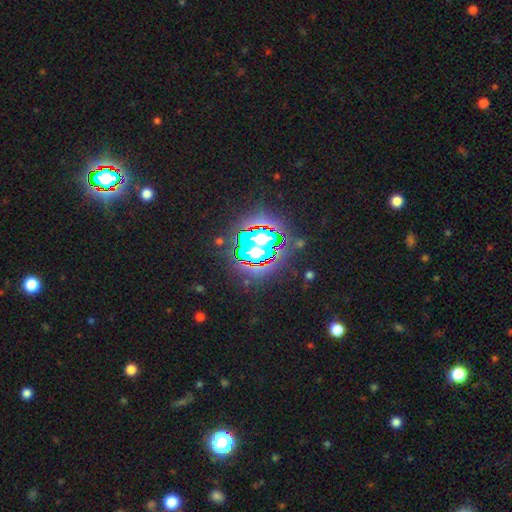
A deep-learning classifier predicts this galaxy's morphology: Smooth or featured? Predicted: star or artifact (p=0.81).